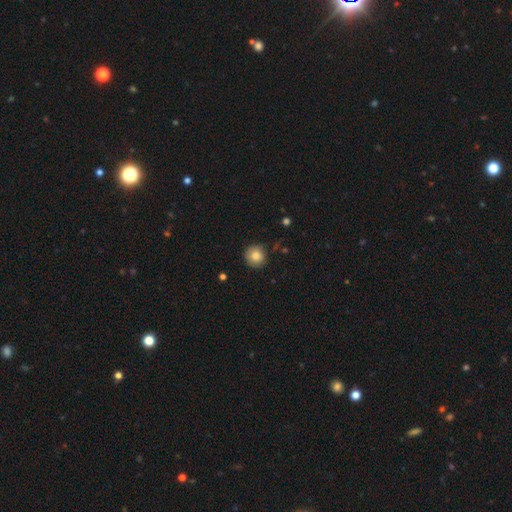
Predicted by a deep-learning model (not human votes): smooth 83%, star or artifact 9%, featured or disk 8%. Down the decision tree: how rounded — round (94%); merging — none (86%).